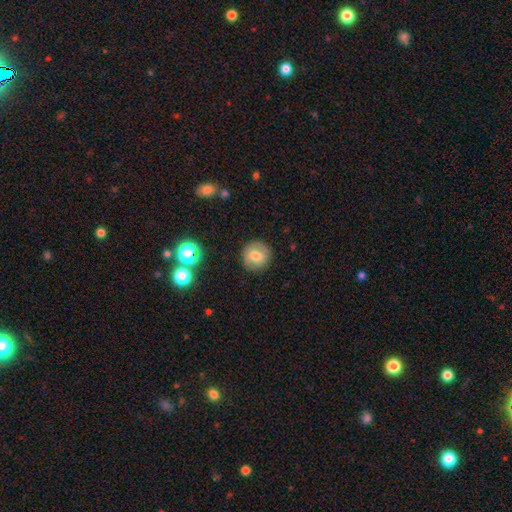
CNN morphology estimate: A smooth galaxy with no disk features (69%) that is round (92%).

Vote fractions:
- Smooth or featured? smooth: 69% / featured or disk: 21% / star or artifact: 10%
- How rounded? round: 92% / in between: 7% / cigar-shaped: 1%
- Merging? none: 88% / minor disturbance: 8% / major disturbance: 2% / merger: 1%